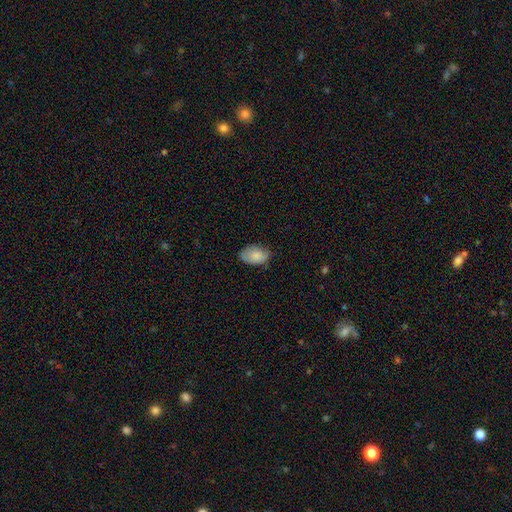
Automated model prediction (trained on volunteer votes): The model was most divided on "merging": none: 68%, minor disturbance: 26%, major disturbance: 5%, merger: 1%. More confident: how rounded — in between (89%); smooth or featured — smooth (82%).